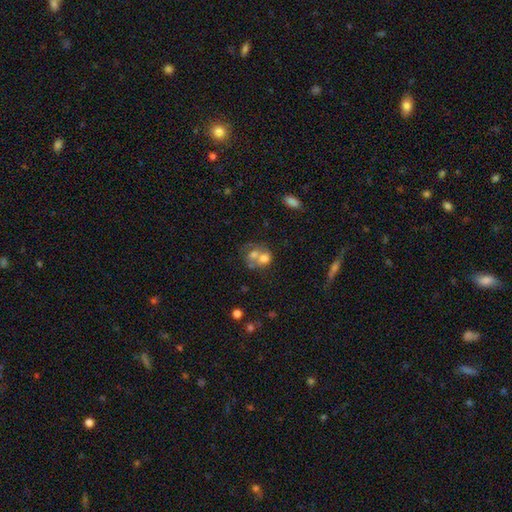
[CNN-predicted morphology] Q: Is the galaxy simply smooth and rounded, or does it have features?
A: smooth — 59%.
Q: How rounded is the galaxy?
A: round — 55%.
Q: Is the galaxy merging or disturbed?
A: merger — 64%.